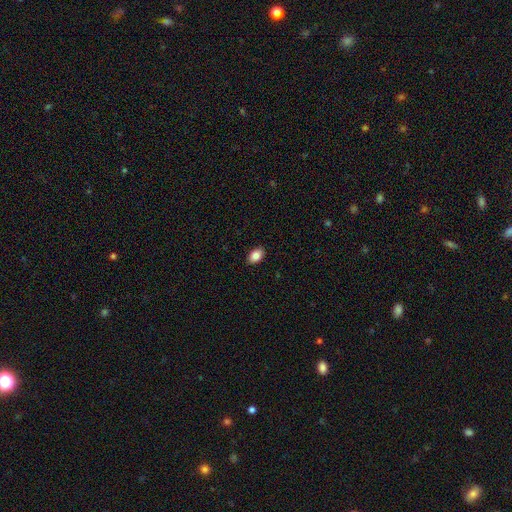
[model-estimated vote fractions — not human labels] Smooth or featured? smooth (86%)
How rounded? in between (88%)
Merging? none (89%)